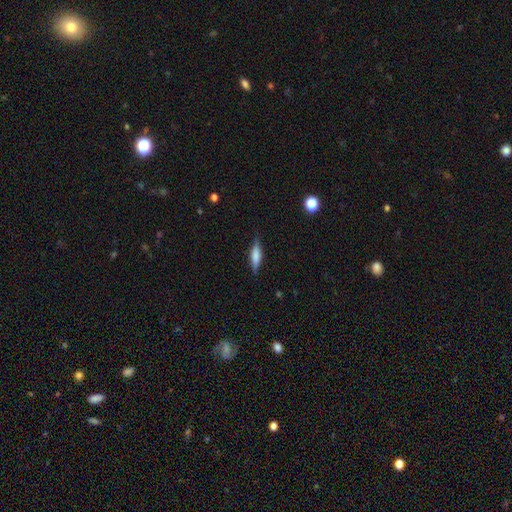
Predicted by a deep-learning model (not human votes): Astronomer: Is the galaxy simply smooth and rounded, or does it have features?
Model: smooth — 56% (runner-up: featured or disk, 37%).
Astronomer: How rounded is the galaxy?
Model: cigar-shaped — 70%.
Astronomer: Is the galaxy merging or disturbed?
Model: none — 85%.